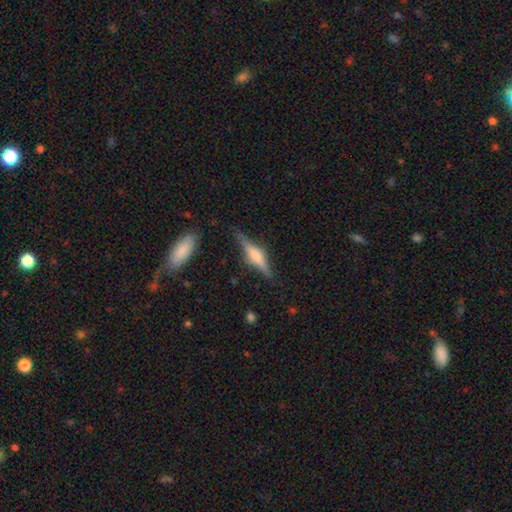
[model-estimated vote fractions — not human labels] Overall: featured or disk (62%; smooth 31%). Edge-on disk: yes (96%). Edge-on bulge: rounded (67%). Merging: none (82%).